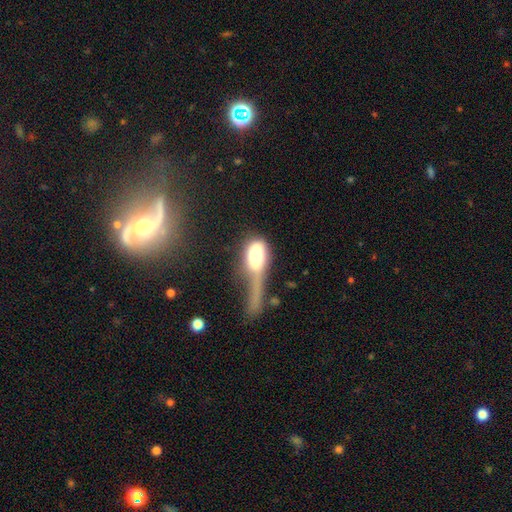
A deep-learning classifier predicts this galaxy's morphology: The model was most divided on "merging": major disturbance: 52%, minor disturbance: 19%, none: 15%, merger: 14%. More confident: how rounded — in between (81%); smooth or featured — smooth (71%).